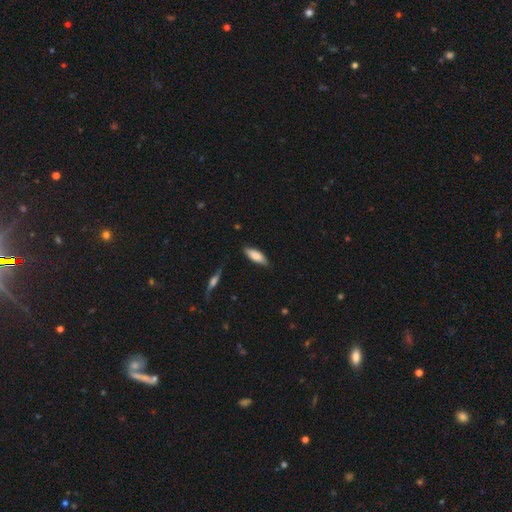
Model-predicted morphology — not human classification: type=smooth (80%); roundness=in between (65%); merging=none (79%).